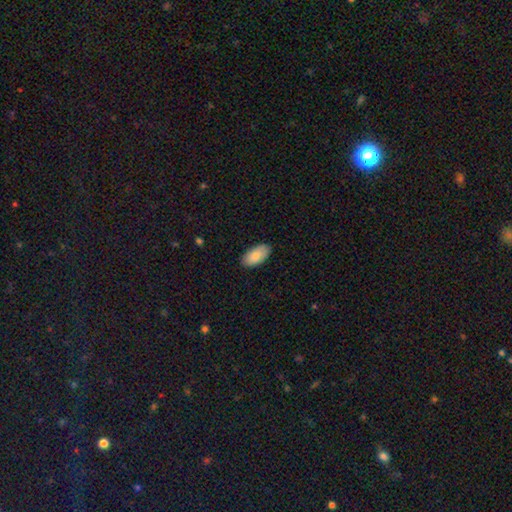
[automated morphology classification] smooth 89%, star or artifact 6%, featured or disk 6%. Down the decision tree: how rounded — in between (95%); merging — none (87%).